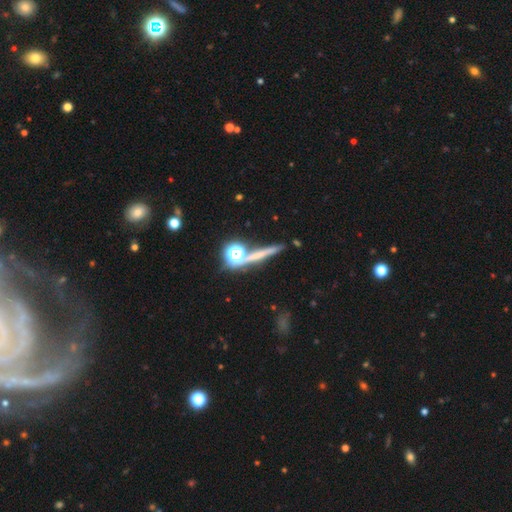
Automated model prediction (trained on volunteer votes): Overall: smooth (39%; featured or disk 32%). Merging: none (77%).